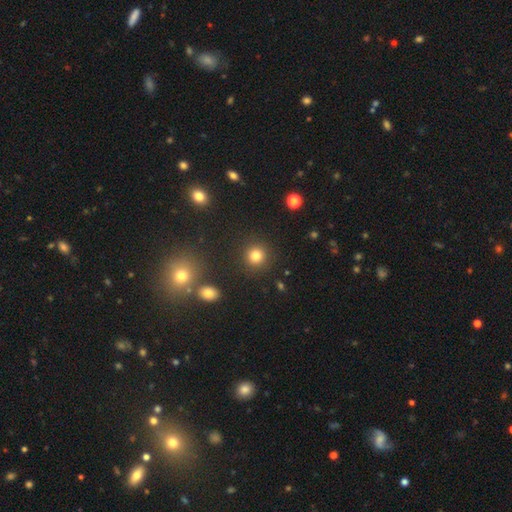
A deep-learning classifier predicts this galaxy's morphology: Smooth or featured?
  - smooth: 81% *
  - star or artifact: 13%
  - featured or disk: 6%
How rounded?
  - round: 91% *
  - in between: 8%
  - cigar-shaped: 1%
Merging?
  - none: 89% *
  - minor disturbance: 6%
  - major disturbance: 3%
  - merger: 2%